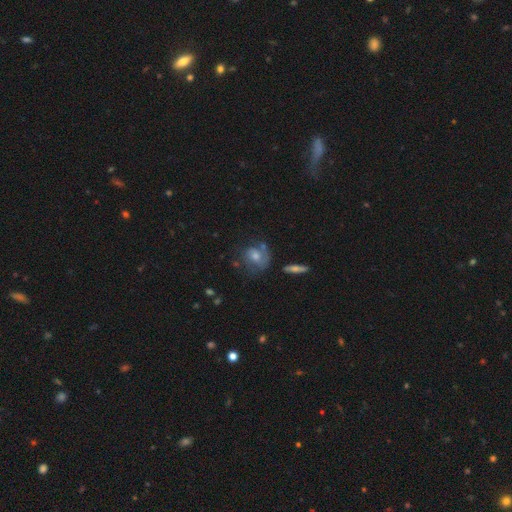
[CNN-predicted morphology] smooth_or_featured: smooth (p=0.47) [alt: featured or disk p=0.43]
merging: none (p=0.50) [alt: minor disturbance p=0.25]